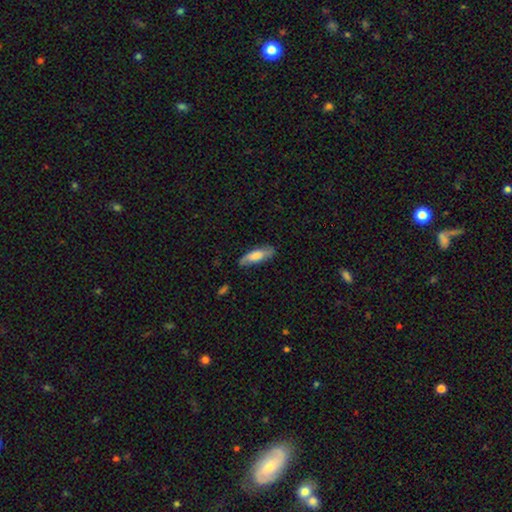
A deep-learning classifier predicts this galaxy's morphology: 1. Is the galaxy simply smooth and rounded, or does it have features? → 65% smooth, 29% featured or disk, 6% star or artifact.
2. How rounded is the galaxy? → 54% in between, 44% cigar-shaped, 2% round.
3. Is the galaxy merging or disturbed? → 78% none, 17% minor disturbance, 4% major disturbance, 1% merger.